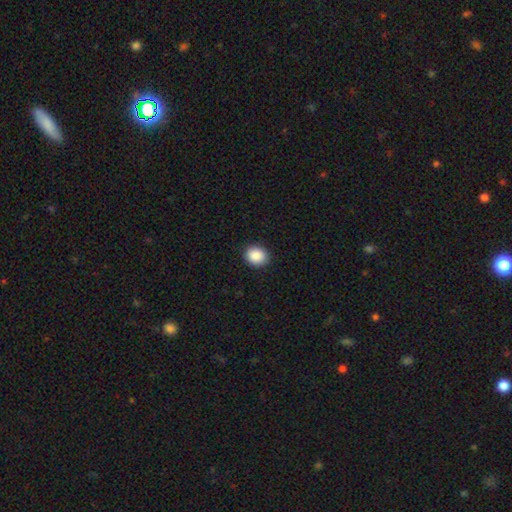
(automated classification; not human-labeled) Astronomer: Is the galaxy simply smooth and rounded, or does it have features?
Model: smooth — 90%.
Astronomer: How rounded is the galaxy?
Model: round — 65%.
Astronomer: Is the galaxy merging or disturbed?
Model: none — 90%.